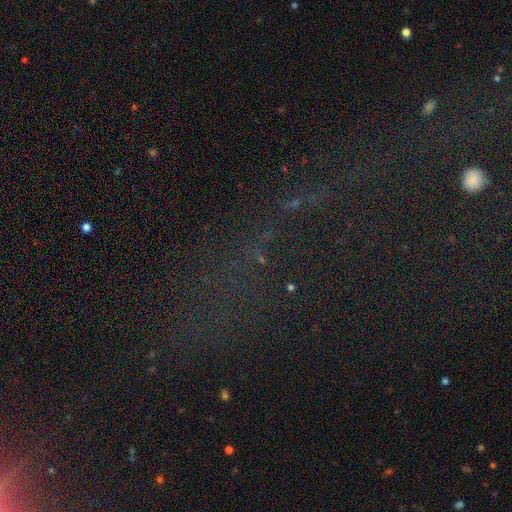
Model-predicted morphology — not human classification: Smooth or featured? star or artifact (71%)